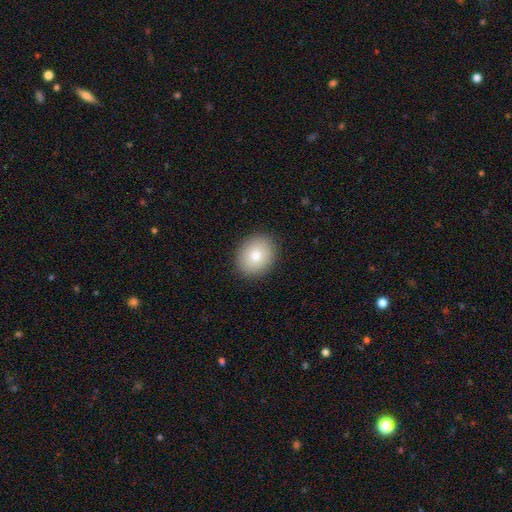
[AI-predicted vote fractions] This is clearly a smooth galaxy (81%). How rounded: possibly round (52%). Merging: clearly none (89%).